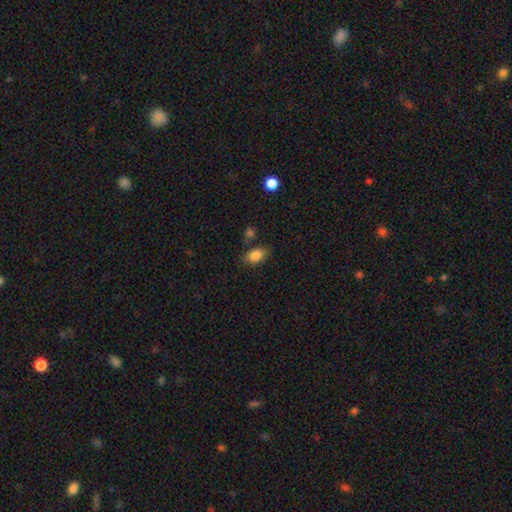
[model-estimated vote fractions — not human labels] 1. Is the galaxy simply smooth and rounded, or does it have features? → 84% smooth, 9% star or artifact, 7% featured or disk.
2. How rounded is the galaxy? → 86% in between, 12% round, 2% cigar-shaped.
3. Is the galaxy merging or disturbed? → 75% none, 15% minor disturbance, 6% merger, 4% major disturbance.